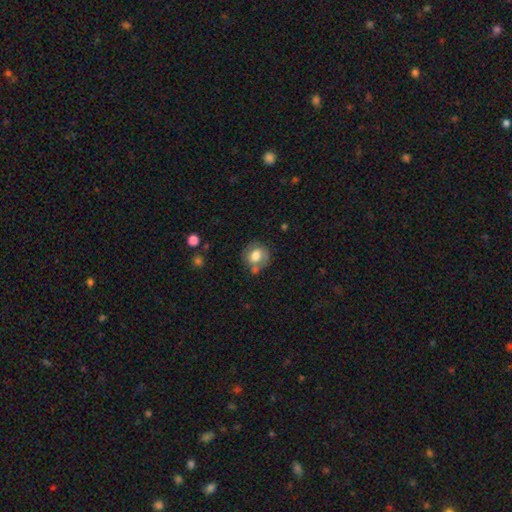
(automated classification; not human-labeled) smooth 66%, featured or disk 25%, star or artifact 8%. Down the decision tree: how rounded — round (73%); merging — none (57%).